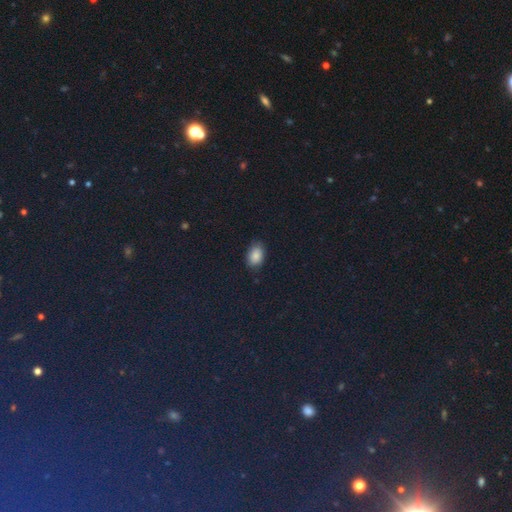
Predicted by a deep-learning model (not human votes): Q: Smooth or featured?
A: smooth (79%); runner-up: star or artifact (14%)
Q: How rounded?
A: in between (87%); runner-up: round (12%)
Q: Merging?
A: none (79%); runner-up: minor disturbance (16%)